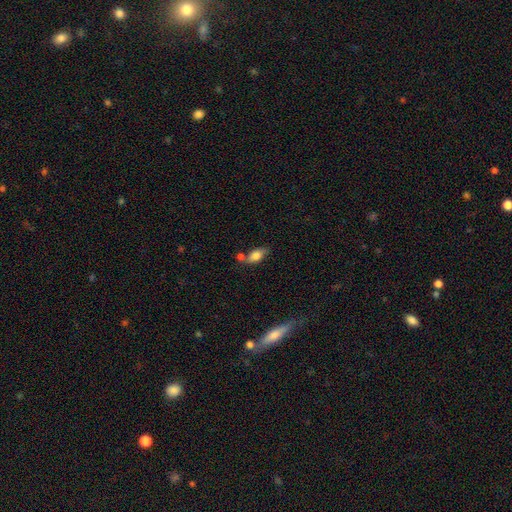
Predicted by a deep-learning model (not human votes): Smooth or featured? Predicted: smooth (p=0.74). How rounded? Predicted: in between (p=0.84). Merging? Predicted: none (p=0.60).